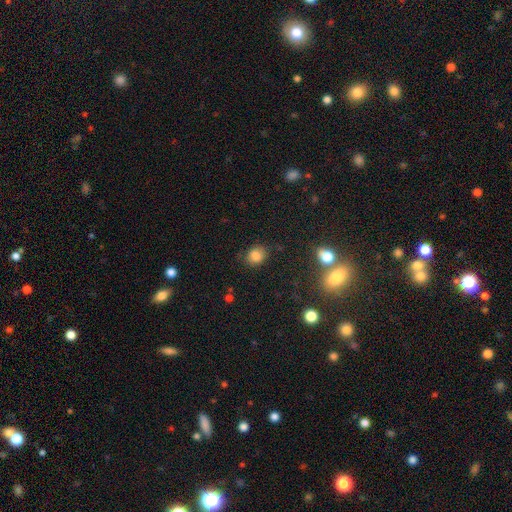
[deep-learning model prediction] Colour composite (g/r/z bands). It shows a smooth galaxy with no disk features (81%) that is round (63%). Merging: none (82%).